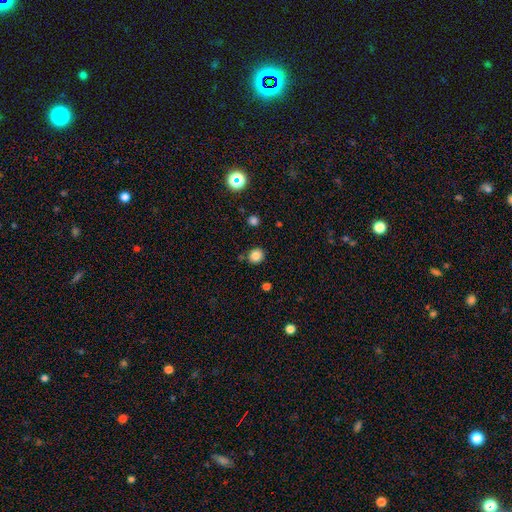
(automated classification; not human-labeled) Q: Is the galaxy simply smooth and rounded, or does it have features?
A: smooth — 83%.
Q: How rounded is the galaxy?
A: round — 88%.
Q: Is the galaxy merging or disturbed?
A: none — 84%.